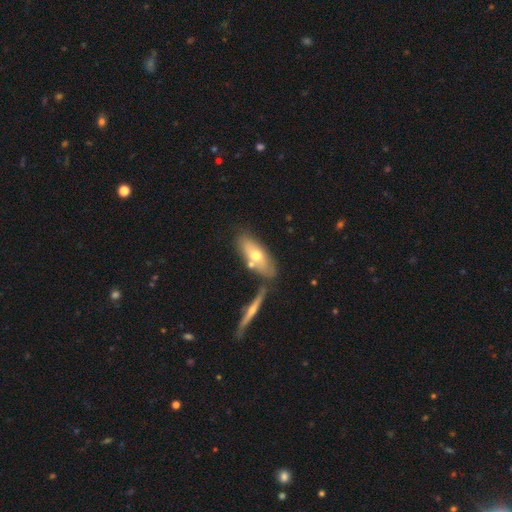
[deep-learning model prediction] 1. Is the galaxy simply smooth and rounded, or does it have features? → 54% smooth, 39% featured or disk, 7% star or artifact.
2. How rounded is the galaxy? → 67% in between, 30% cigar-shaped, 3% round.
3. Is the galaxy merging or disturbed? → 62% none, 21% merger, 13% minor disturbance, 4% major disturbance.